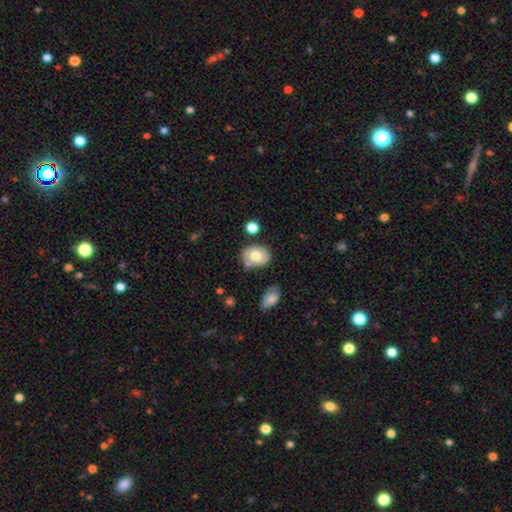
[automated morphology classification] type=smooth (69%); roundness=in between (52%); merging=none (69%).